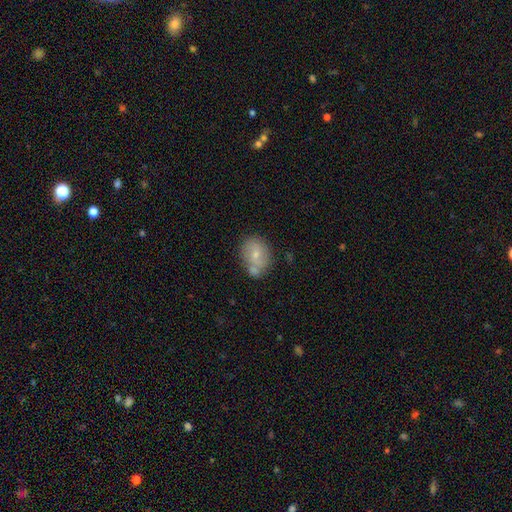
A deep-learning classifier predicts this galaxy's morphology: Smooth or featured? smooth (65%)
How rounded? in between (61%)
Merging? none (53%)